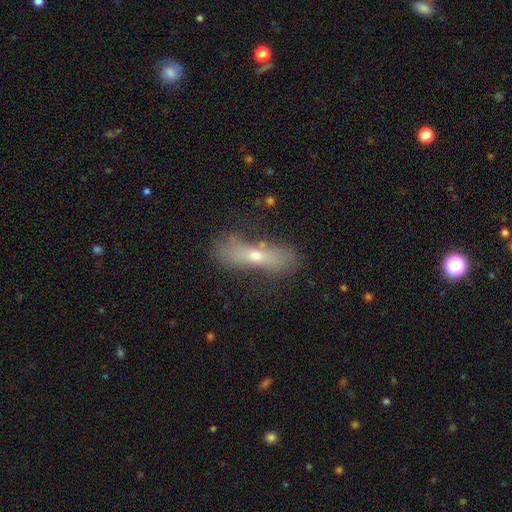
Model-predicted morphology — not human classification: A smooth galaxy with no disk features (45%).

Vote fractions:
- Smooth or featured? smooth: 45% / featured or disk: 44% / star or artifact: 11%
- Merging? none: 65% / minor disturbance: 21% / major disturbance: 9% / merger: 5%